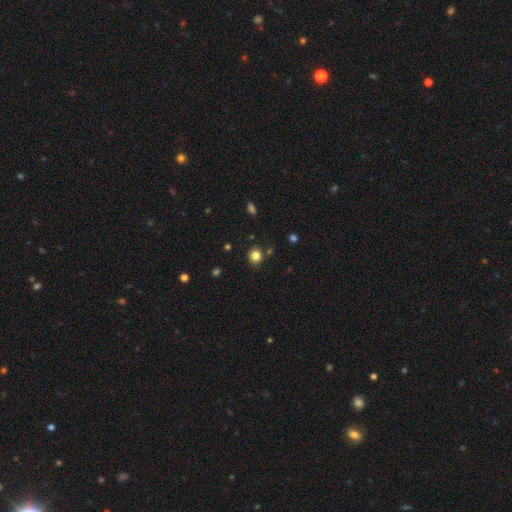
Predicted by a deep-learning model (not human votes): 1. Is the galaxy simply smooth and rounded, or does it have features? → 82% smooth, 12% star or artifact, 6% featured or disk.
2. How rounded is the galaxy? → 82% round, 17% in between, 1% cigar-shaped.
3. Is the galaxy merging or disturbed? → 84% none, 9% minor disturbance, 5% merger, 3% major disturbance.